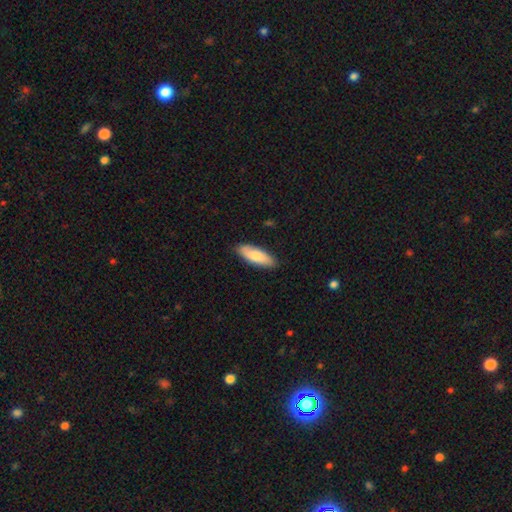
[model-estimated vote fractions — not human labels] The model was most divided on "how rounded": in between: 66%, cigar-shaped: 32%, round: 2%. More confident: merging — none (86%); smooth or featured — smooth (80%).